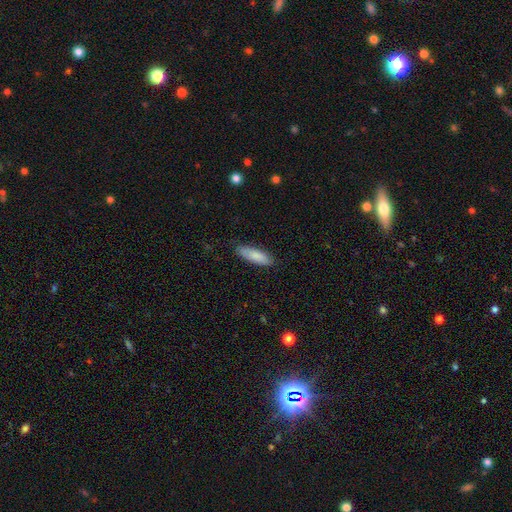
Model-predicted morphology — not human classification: This appears to be a smooth galaxy with no disk features (86%) that is in between round and cigar-shaped (54%). Merging: none (85%).